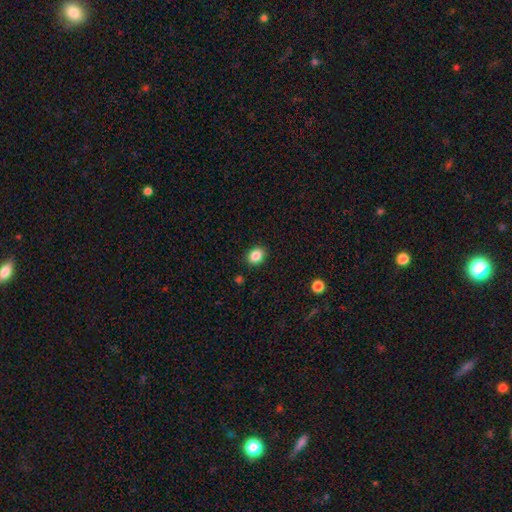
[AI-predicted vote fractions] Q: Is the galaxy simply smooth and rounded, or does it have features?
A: smooth — 86%.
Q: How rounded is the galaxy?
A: in between — 53%.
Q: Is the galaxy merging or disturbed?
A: none — 89%.